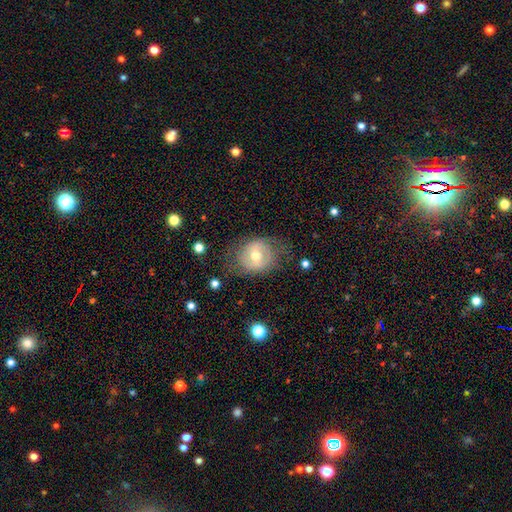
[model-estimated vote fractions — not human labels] This is possibly a featured or disk galaxy (53%). It is clearly not viewed edge-on (95%). Bar: possibly no (46%). Spiral arm pattern: possibly no (56%). Central bulge: likely moderate (66%). Merging: possibly none (60%).